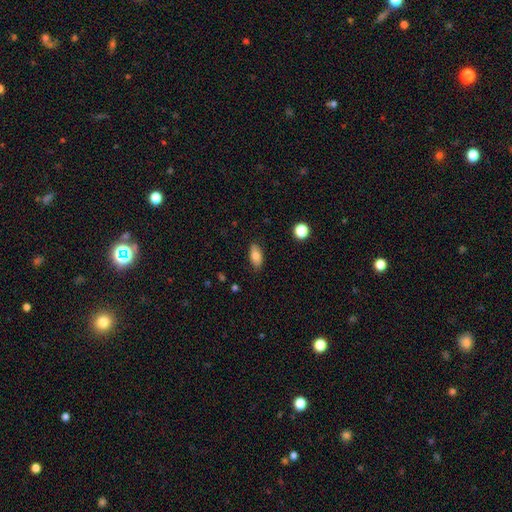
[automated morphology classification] This is likely a smooth galaxy (80%). How rounded: clearly in between (89%). Merging: clearly none (86%).